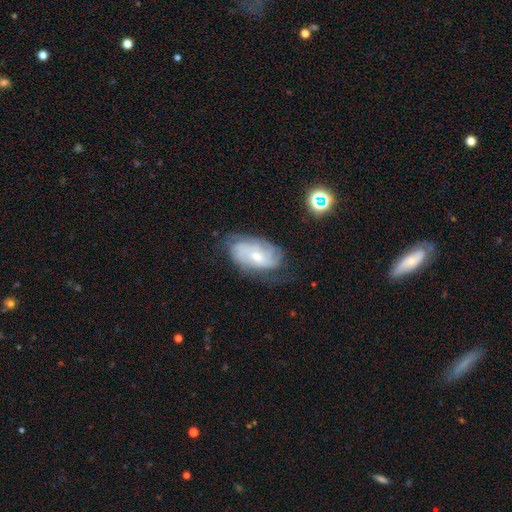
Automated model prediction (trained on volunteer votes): smooth-or-featured: featured or disk: 69% | smooth: 23% | star or artifact: 8%
  disk-edge-on: no: 95% | yes: 5%
    bar: no: 63% | weak: 31% | strong: 6%
    has-spiral-arms: yes: 89% | no: 11%
      spiral-winding: tight: 51% | medium: 35% | loose: 13%
      spiral-arm-count: can't tell: 46% | 2: 23% | 3: 15% | 4: 7% | 1: 4% | more than 4: 4%
    bulge-size: small: 49% | moderate: 44% | large: 3% | none: 3% | dominant: 1%
  merging: none: 61% | minor disturbance: 25% | major disturbance: 12% | merger: 2%